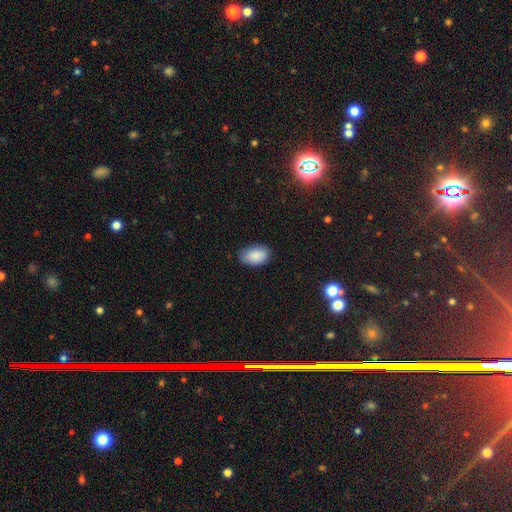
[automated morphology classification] Smooth or featured: smooth — 87% (star or artifact — 7%)
How rounded: in between — 93% (round — 6%)
Merging: none — 74% (minor disturbance — 21%)